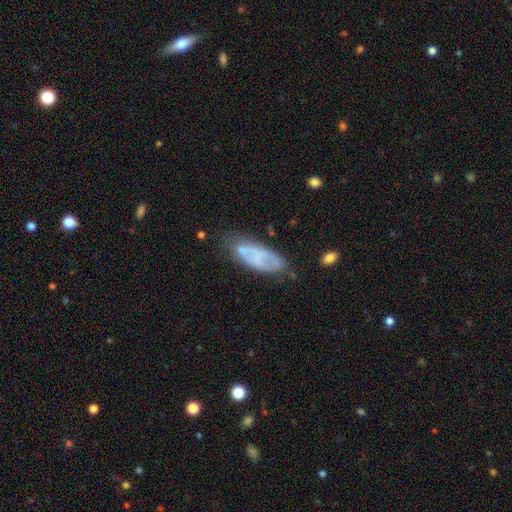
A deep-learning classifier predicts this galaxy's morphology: type=featured or disk (49%); merging=none (60%).